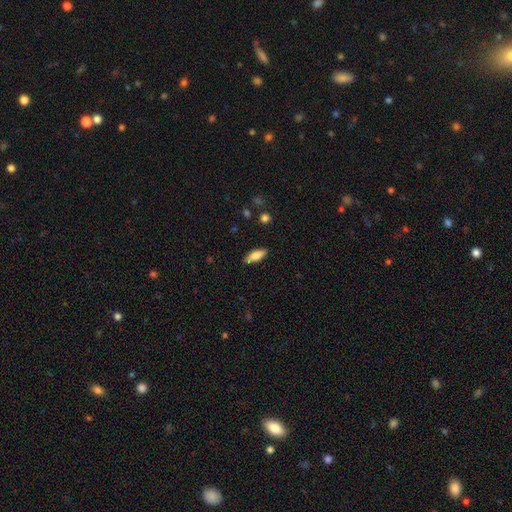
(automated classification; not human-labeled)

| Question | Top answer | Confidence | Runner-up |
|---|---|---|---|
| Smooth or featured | smooth | 77% | featured or disk (16%) |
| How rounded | in between | 67% | cigar-shaped (31%) |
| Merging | none | 87% | minor disturbance (10%) |